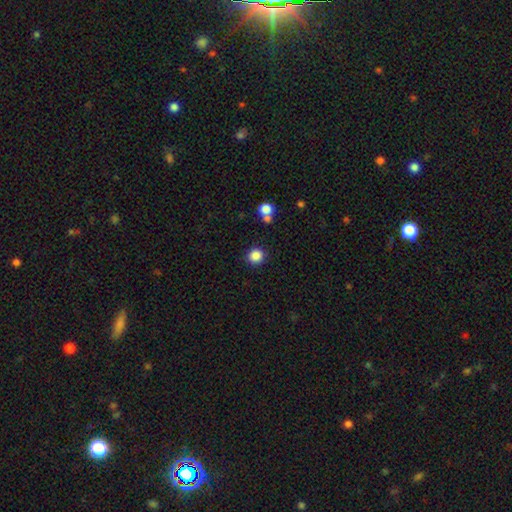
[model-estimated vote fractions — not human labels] Smooth or featured?
  - smooth: 86% *
  - star or artifact: 11%
  - featured or disk: 4%
How rounded?
  - round: 89% *
  - in between: 10%
  - cigar-shaped: 1%
Merging?
  - none: 87% *
  - minor disturbance: 7%
  - merger: 4%
  - major disturbance: 2%